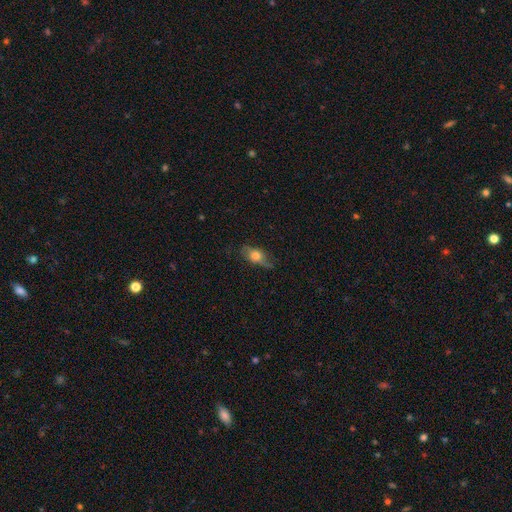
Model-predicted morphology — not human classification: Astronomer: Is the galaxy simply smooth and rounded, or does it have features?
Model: smooth — 51% (runner-up: featured or disk, 40%).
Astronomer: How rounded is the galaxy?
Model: in between — 69%.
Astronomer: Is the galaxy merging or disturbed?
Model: none — 67%.